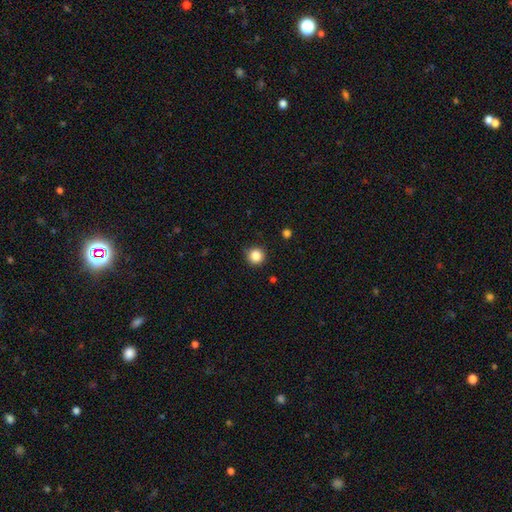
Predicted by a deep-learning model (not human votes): The model was most divided on "smooth or featured": smooth: 85%, star or artifact: 11%, featured or disk: 4%. More confident: how rounded — round (95%); merging — none (89%).